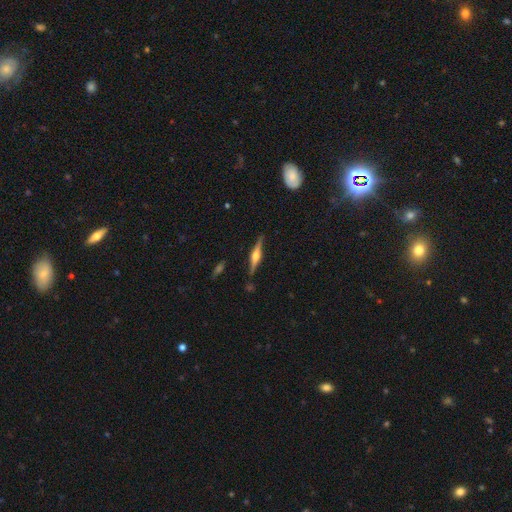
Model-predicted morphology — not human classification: Smooth or featured? Predicted: featured or disk (p=0.79). Edge-on disk? Predicted: yes (p=0.98). Edge-on bulge? Predicted: rounded (p=0.88). Merging? Predicted: none (p=0.86).